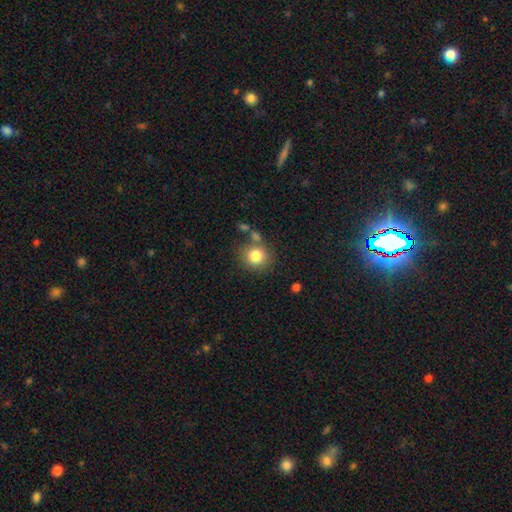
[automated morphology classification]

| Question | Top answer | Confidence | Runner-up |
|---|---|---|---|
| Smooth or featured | smooth | 82% | star or artifact (10%) |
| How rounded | round | 86% | in between (13%) |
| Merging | none | 70% | merger (13%) |